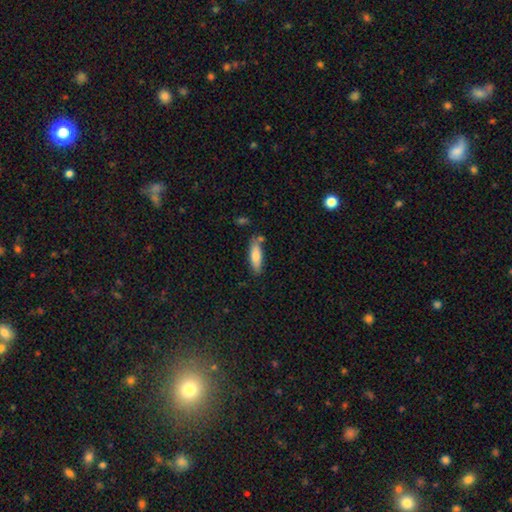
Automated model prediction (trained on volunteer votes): Smooth or featured? Predicted: smooth (p=0.77). How rounded? Predicted: cigar-shaped (p=0.54). Merging? Predicted: none (p=0.73).